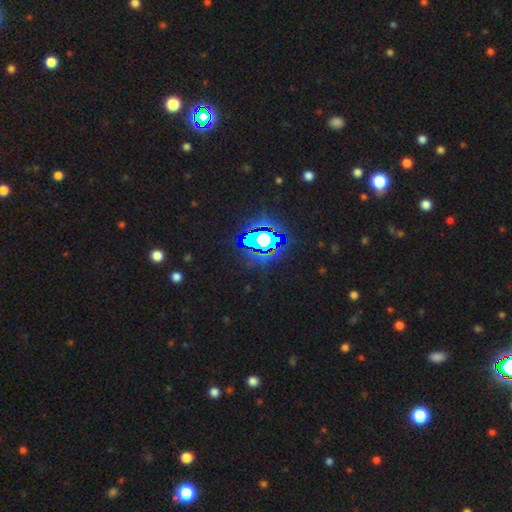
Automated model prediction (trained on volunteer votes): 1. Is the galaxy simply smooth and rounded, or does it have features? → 81% star or artifact, 11% smooth, 8% featured or disk.